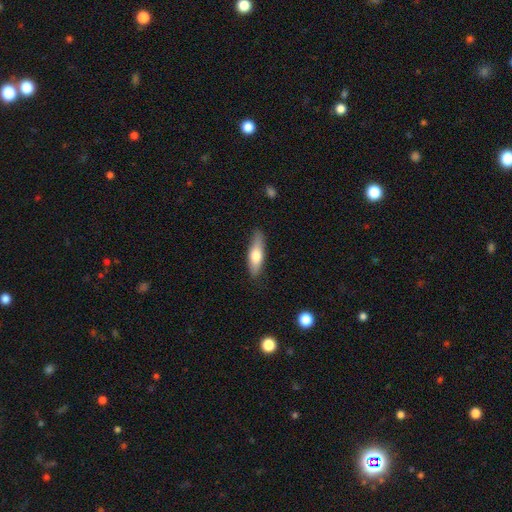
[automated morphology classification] The model was most divided on "how rounded": cigar-shaped: 55%, in between: 42%, round: 2%. More confident: merging — none (82%); smooth or featured — smooth (65%).